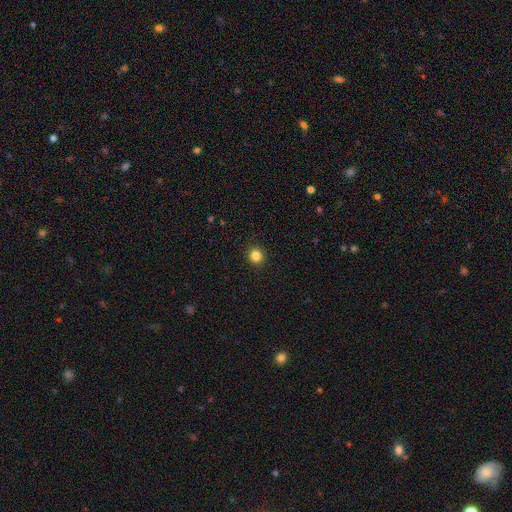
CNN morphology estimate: The model was most divided on "smooth or featured": smooth: 84%, star or artifact: 12%, featured or disk: 4%. More confident: merging — none (93%); how rounded — round (88%).